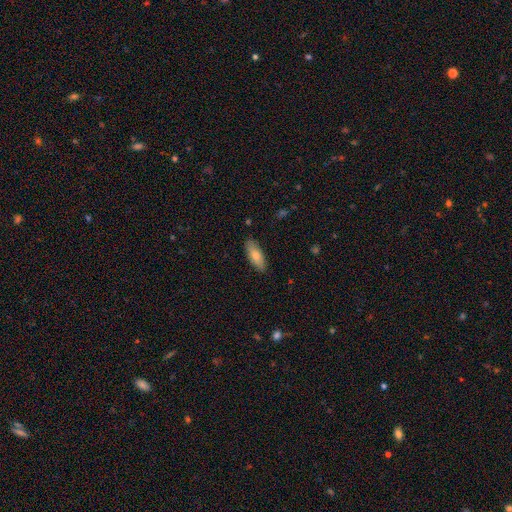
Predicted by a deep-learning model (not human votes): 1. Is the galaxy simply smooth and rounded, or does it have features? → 77% smooth, 17% featured or disk, 6% star or artifact.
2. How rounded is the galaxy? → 72% in between, 26% cigar-shaped, 2% round.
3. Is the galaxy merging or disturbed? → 87% none, 10% minor disturbance, 2% major disturbance, 1% merger.